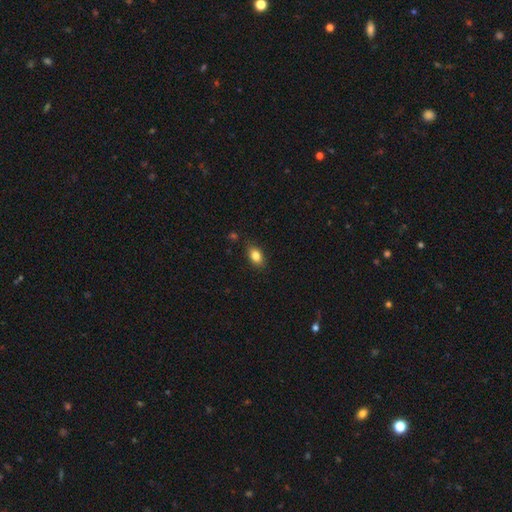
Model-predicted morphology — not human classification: A smooth galaxy with no disk features (83%) that is in between round and cigar-shaped (85%).

Vote fractions:
- Smooth or featured? smooth: 83% / star or artifact: 9% / featured or disk: 8%
- How rounded? in between: 85% / round: 12% / cigar-shaped: 3%
- Merging? none: 83% / minor disturbance: 12% / major disturbance: 3% / merger: 2%